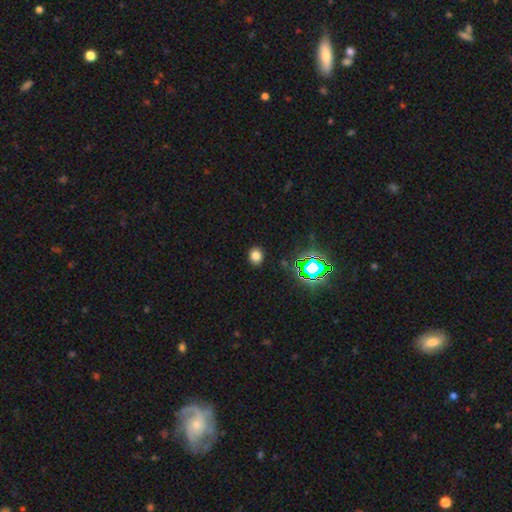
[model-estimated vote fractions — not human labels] Smooth or featured: smooth — 75% (star or artifact — 19%)
How rounded: round — 66% (in between — 33%)
Merging: none — 90% (minor disturbance — 7%)